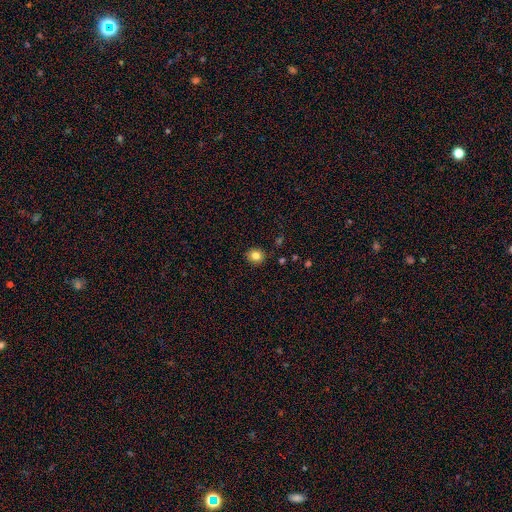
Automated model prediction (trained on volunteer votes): Q: Smooth or featured?
A: smooth (82%); runner-up: star or artifact (11%)
Q: How rounded?
A: round (85%); runner-up: in between (14%)
Q: Merging?
A: none (90%); runner-up: minor disturbance (7%)